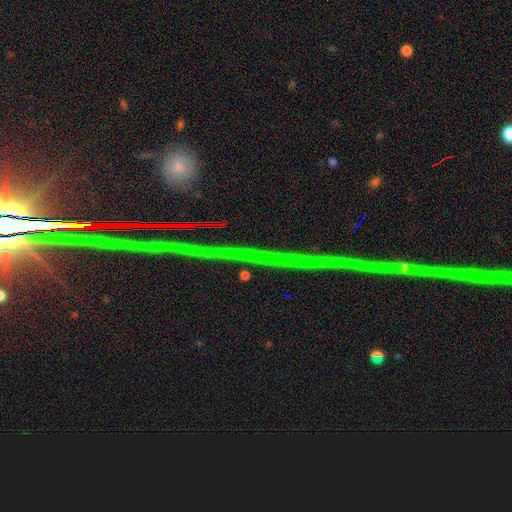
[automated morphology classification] smooth_or_featured: star or artifact (p=0.83) [alt: featured or disk p=0.10]